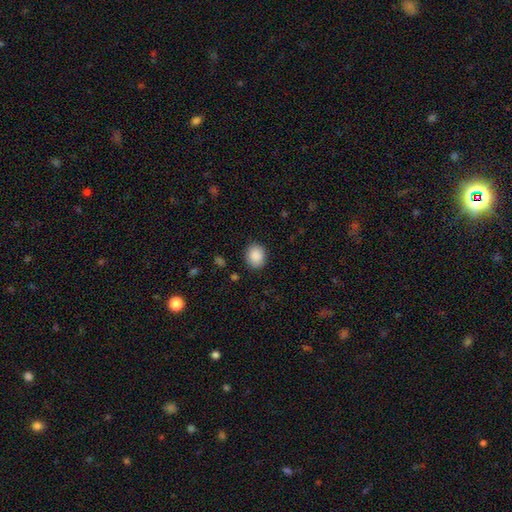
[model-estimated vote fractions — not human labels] Smooth or featured? Predicted: smooth (p=0.89). How rounded? Predicted: round (p=0.64). Merging? Predicted: none (p=0.86).